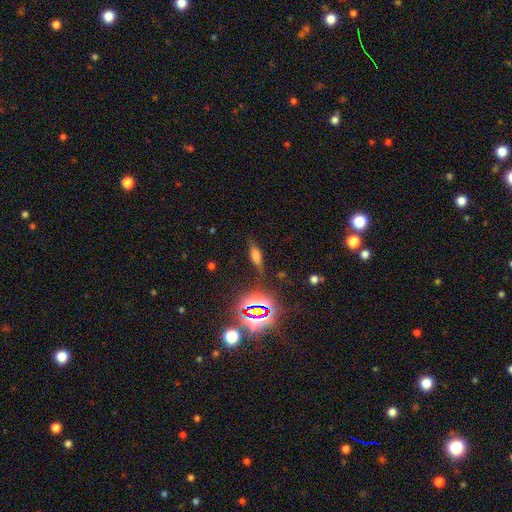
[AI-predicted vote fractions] Q: Smooth or featured?
A: smooth (47%); runner-up: featured or disk (30%)
Q: Merging?
A: none (76%); runner-up: minor disturbance (15%)